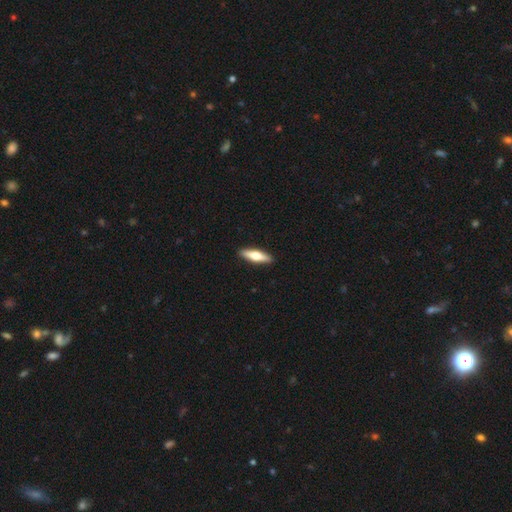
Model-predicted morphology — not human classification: smooth_or_featured: smooth (p=0.54) [alt: featured or disk p=0.41]
how_rounded: cigar-shaped (p=0.67) [alt: in between p=0.31]
merging: none (p=0.91) [alt: minor disturbance p=0.06]